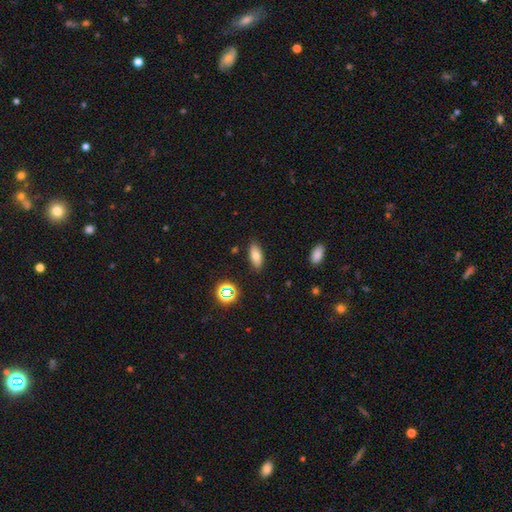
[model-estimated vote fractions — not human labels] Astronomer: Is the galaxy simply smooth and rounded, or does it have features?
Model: smooth — 75%.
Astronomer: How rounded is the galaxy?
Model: in between — 81%.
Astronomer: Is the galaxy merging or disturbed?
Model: none — 86%.